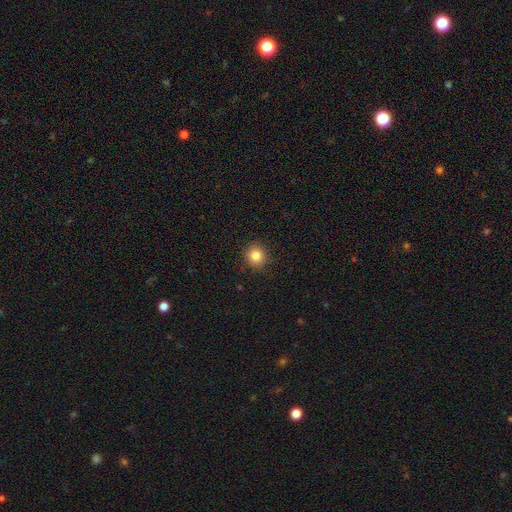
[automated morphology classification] smooth 83%, star or artifact 11%, featured or disk 5%. Down the decision tree: how rounded — round (91%); merging — none (91%).